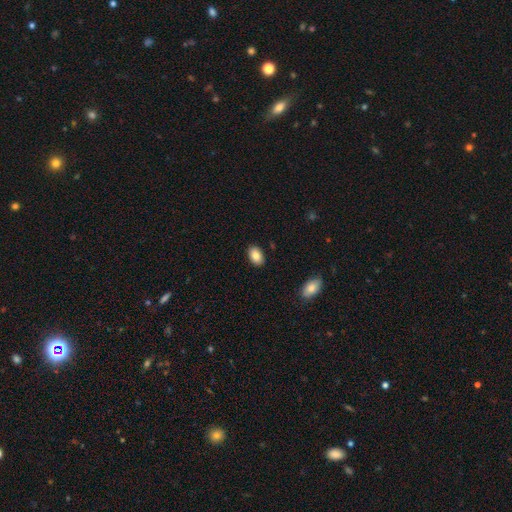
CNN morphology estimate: smooth_or_featured: smooth (p=0.87) [alt: star or artifact p=0.07]
how_rounded: in between (p=0.88) [alt: round p=0.11]
merging: none (p=0.89) [alt: minor disturbance p=0.08]